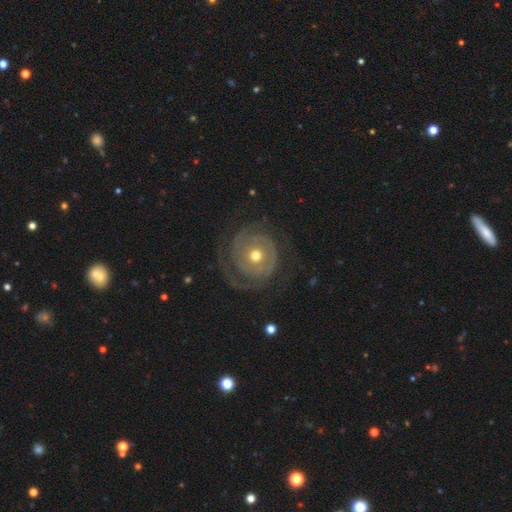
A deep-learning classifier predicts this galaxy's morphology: featured or disk 78%, smooth 16%, star or artifact 6%. Down the decision tree: edge-on disk — no (97%); bar — no (84%); spiral arms — yes (83%); spiral arm count — 2 (32%); spiral winding — tight (66%); bulge size — moderate (64%); merging — none (61%).